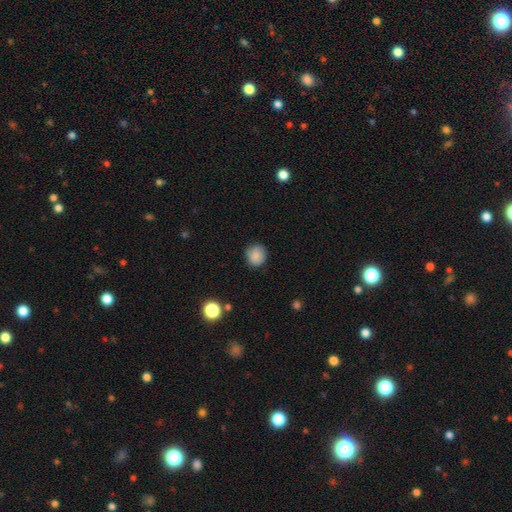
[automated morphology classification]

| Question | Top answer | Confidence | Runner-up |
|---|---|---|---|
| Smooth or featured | smooth | 87% | star or artifact (9%) |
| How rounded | round | 85% | in between (14%) |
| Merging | none | 83% | minor disturbance (13%) |